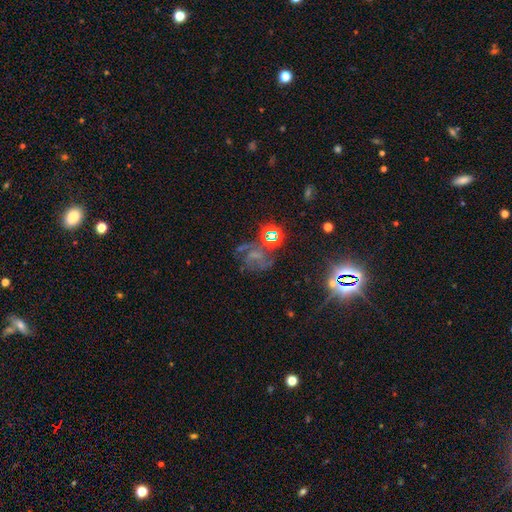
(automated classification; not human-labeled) smooth_or_featured: featured or disk (p=0.47) [alt: star or artifact p=0.37]
merging: none (p=0.46) [alt: major disturbance p=0.26]